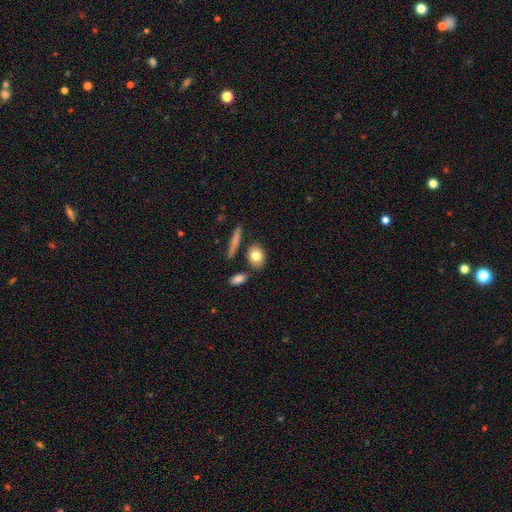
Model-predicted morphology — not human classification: This is clearly a smooth galaxy (81%). How rounded: likely in between (64%). Merging: likely none (75%).